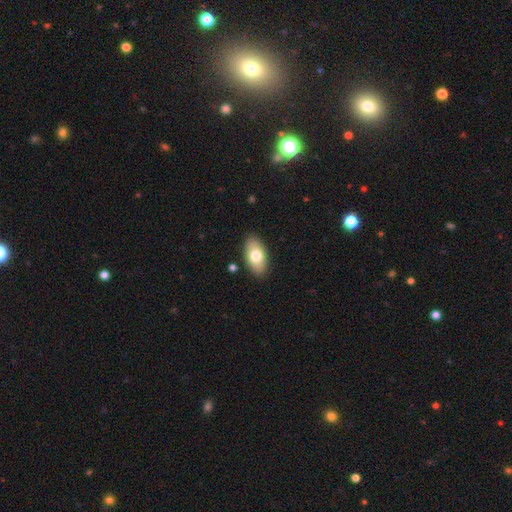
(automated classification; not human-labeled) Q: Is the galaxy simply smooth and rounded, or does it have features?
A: smooth — 74%.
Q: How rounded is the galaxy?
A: in between — 93%.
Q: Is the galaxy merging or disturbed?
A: none — 87%.